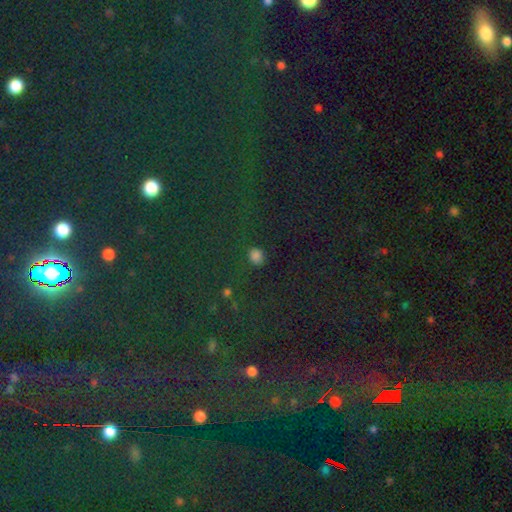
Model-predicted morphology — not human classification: smooth 74%, star or artifact 21%, featured or disk 5%. Down the decision tree: how rounded — round (53%); merging — none (81%).